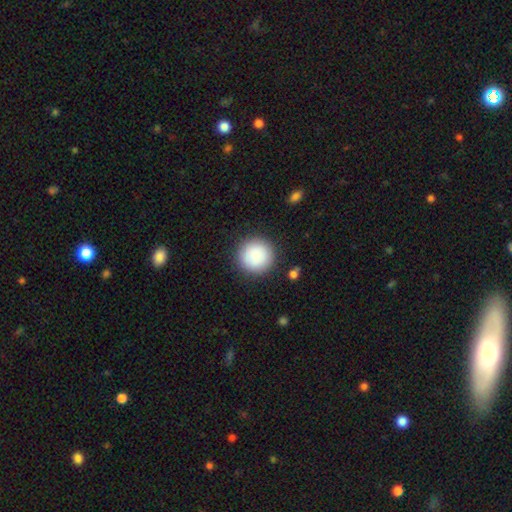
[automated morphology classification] Smooth or featured? smooth (87%)
How rounded? round (96%)
Merging? none (89%)